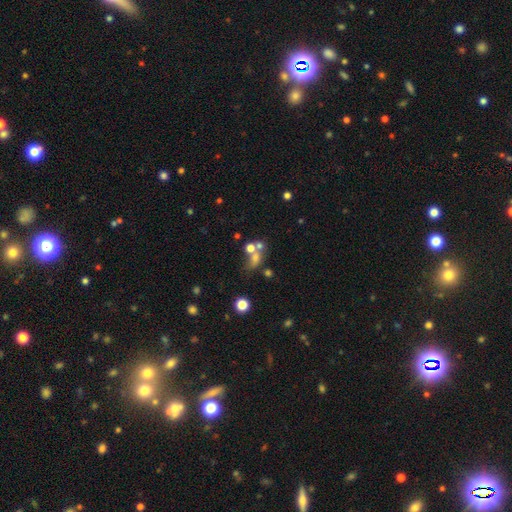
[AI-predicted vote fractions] This is possibly a smooth galaxy (55%). How rounded: possibly round (51%). Merging: possibly merger (48%).